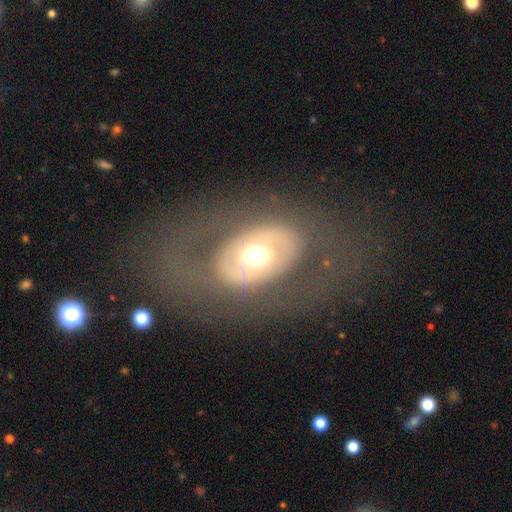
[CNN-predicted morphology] type=featured or disk (58%); edge-on=no (92%); bar=no (84%); spiral arms=no (78%); bulge=moderate (44%); merging=none (72%).